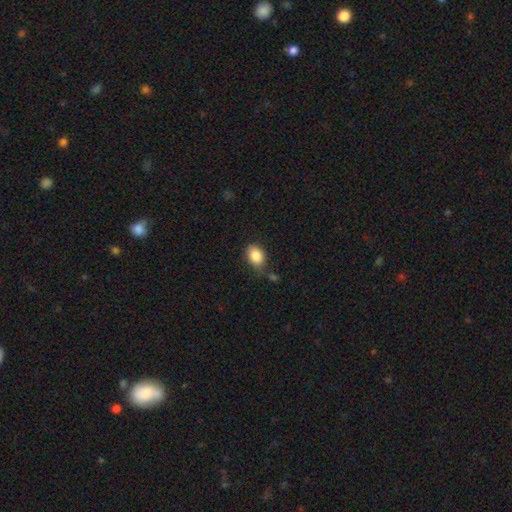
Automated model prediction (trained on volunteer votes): smooth-or-featured: smooth: 87% | star or artifact: 8% | featured or disk: 5%
  how-rounded: in between: 82% | round: 17% | cigar-shaped: 1%
  merging: none: 71% | minor disturbance: 19% | merger: 5% | major disturbance: 5%